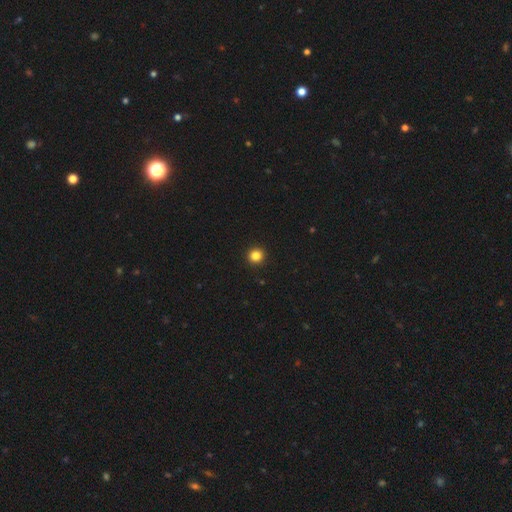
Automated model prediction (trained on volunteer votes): Smooth or featured? smooth (83%)
How rounded? round (93%)
Merging? none (94%)